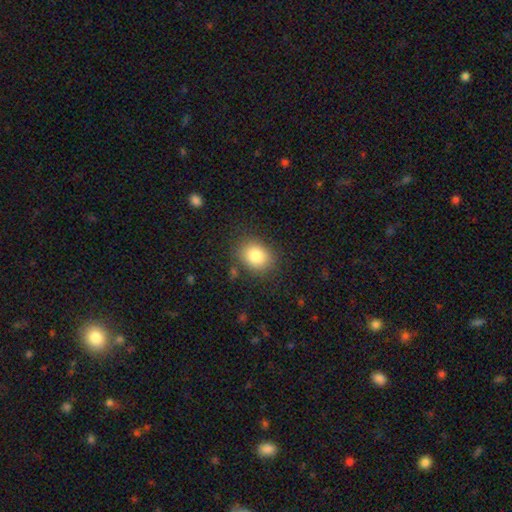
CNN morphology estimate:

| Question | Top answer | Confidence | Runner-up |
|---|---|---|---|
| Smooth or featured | smooth | 83% | star or artifact (9%) |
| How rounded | round | 50% | in between (49%) |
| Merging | none | 82% | minor disturbance (11%) |